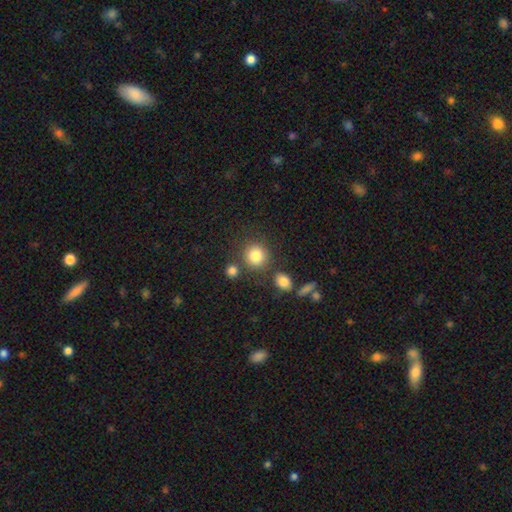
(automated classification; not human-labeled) smooth 82%, star or artifact 10%, featured or disk 7%. Down the decision tree: how rounded — round (88%); merging — none (75%).